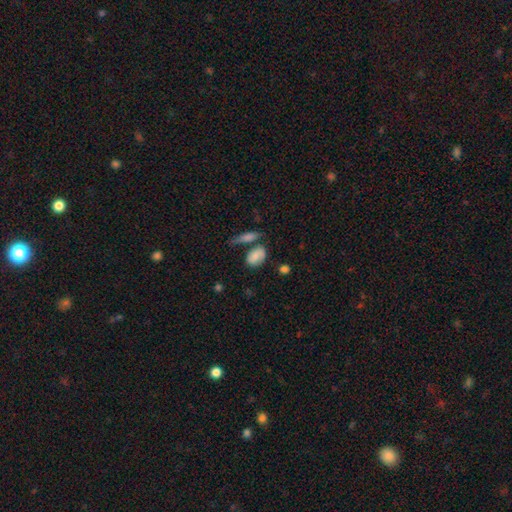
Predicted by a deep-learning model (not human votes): Smooth or featured? smooth (80%)
How rounded? in between (84%)
Merging? none (53%)